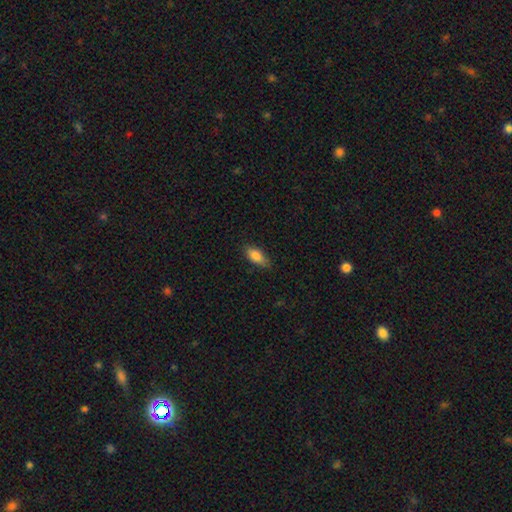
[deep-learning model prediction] smooth_or_featured: smooth (p=0.82) [alt: featured or disk p=0.10]
how_rounded: in between (p=0.84) [alt: cigar-shaped p=0.13]
merging: none (p=0.76) [alt: minor disturbance p=0.19]